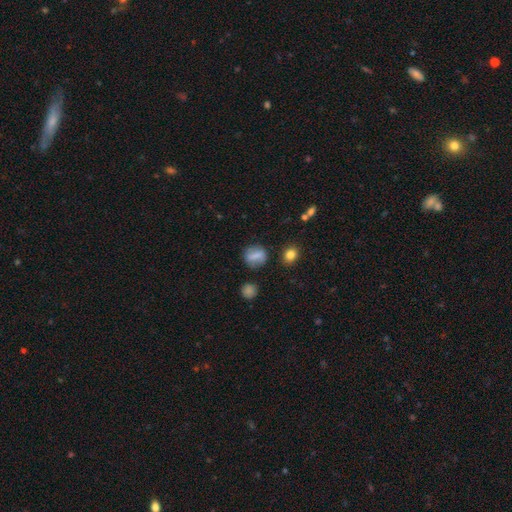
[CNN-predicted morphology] This is likely a smooth galaxy (68%). How rounded: possibly round (57%). Merging: likely none (76%).